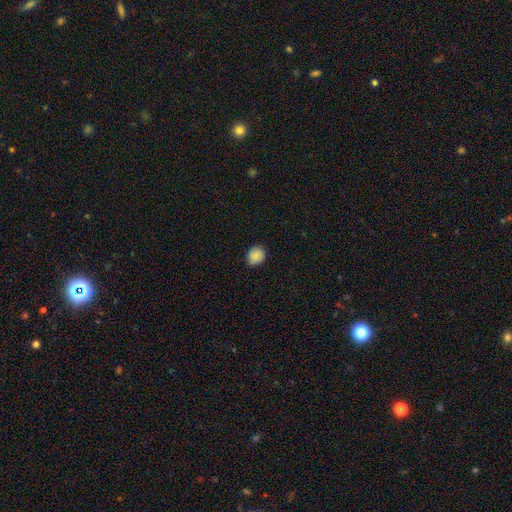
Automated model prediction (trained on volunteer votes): smooth-or-featured: smooth: 88% | star or artifact: 8% | featured or disk: 4%
  how-rounded: round: 64% | in between: 35% | cigar-shaped: 1%
  merging: none: 82% | minor disturbance: 15% | major disturbance: 2% | merger: 1%